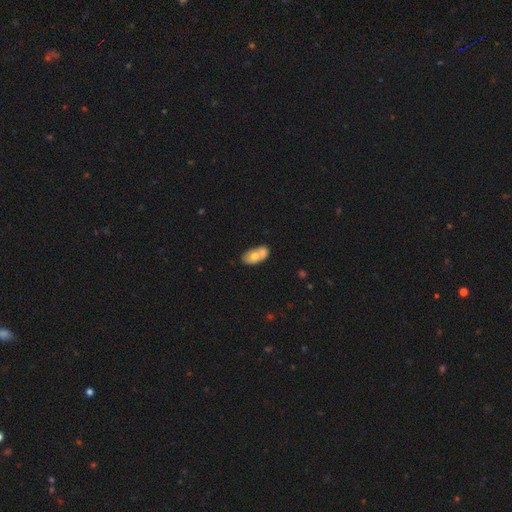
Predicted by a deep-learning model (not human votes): A smooth galaxy with no disk features (65%) that is in between round and cigar-shaped (87%). Merging: merger (53%).